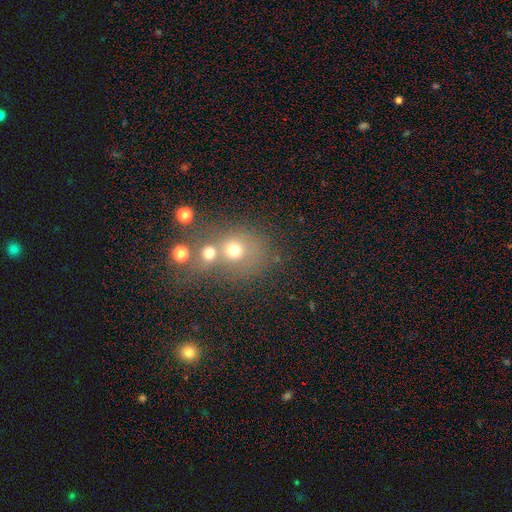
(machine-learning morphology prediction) Smooth or featured? Predicted: smooth (p=0.53). How rounded? Predicted: round (p=0.74). Merging? Predicted: none (p=0.48).